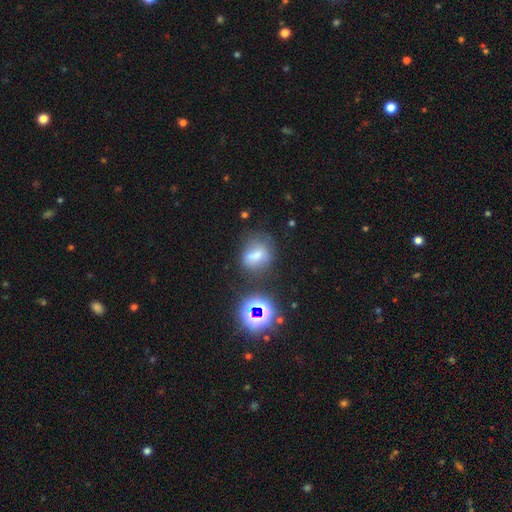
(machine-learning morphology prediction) A smooth galaxy with no disk features (63%) that is in between round and cigar-shaped (50%).

Vote fractions:
- Smooth or featured? smooth: 63% / star or artifact: 19% / featured or disk: 18%
- How rounded? in between: 50% / round: 48% / cigar-shaped: 3%
- Merging? none: 50% / minor disturbance: 24% / major disturbance: 14% / merger: 12%